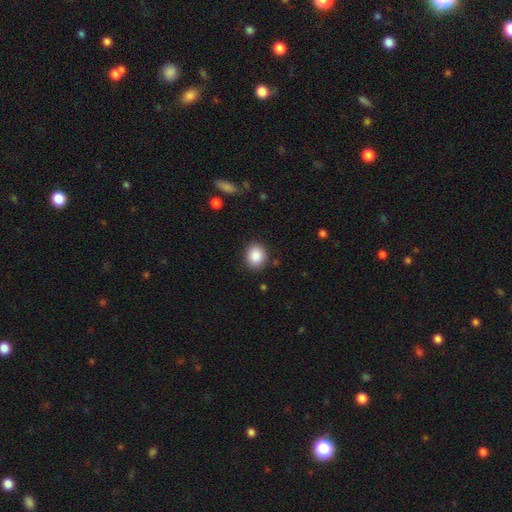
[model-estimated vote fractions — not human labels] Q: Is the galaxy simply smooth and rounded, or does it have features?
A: smooth — 88%.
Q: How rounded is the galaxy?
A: round — 67%.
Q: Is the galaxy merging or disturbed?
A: none — 88%.